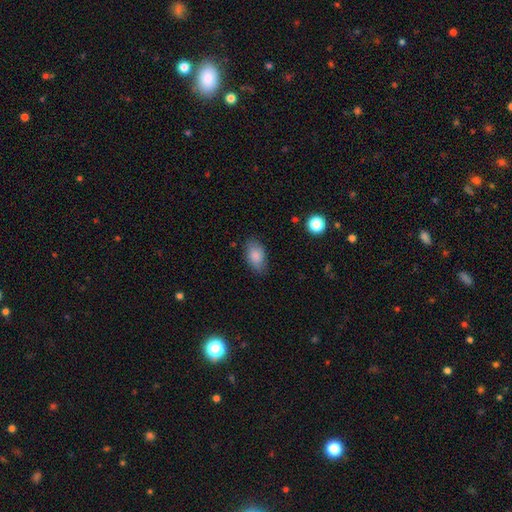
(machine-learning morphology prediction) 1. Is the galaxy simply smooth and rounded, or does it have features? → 84% smooth, 8% featured or disk, 7% star or artifact.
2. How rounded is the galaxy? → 90% in between, 7% round, 2% cigar-shaped.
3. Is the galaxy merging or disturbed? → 75% none, 20% minor disturbance, 4% major disturbance, 1% merger.